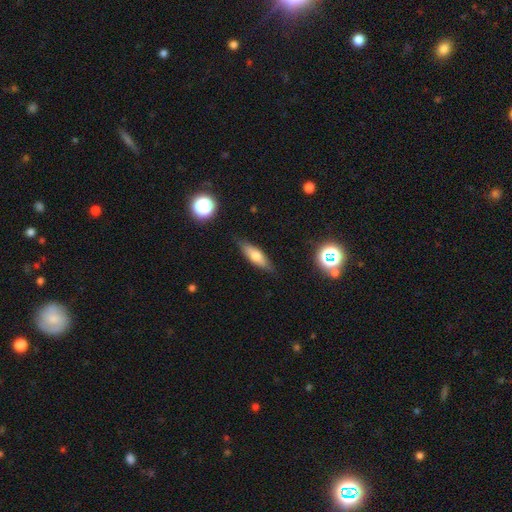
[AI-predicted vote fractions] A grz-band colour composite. It shows a smooth galaxy with no disk features (62%) that is cigar-shaped (49%). Merging: none (83%).